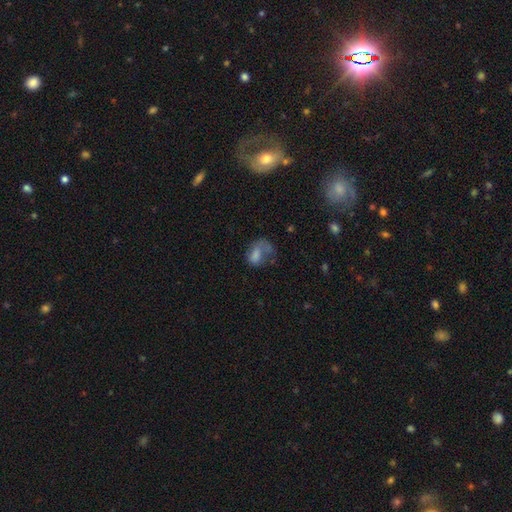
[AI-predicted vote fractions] This appears to be a smooth galaxy with no disk features (60%) that is in between round and cigar-shaped (77%). Merging: major disturbance (46%).